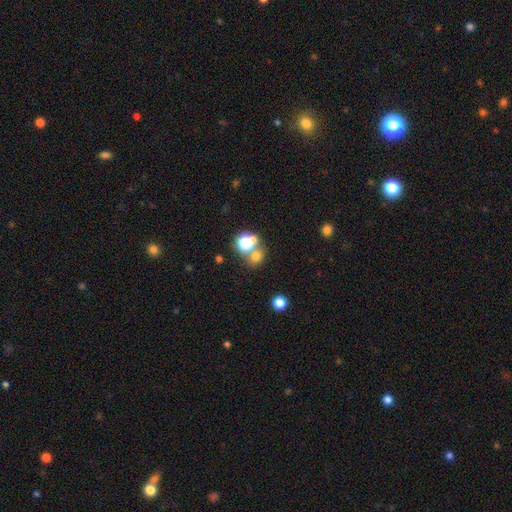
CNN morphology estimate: This appears to be a smooth galaxy with no disk features (66%) that is round (70%). Merging: none (52%).